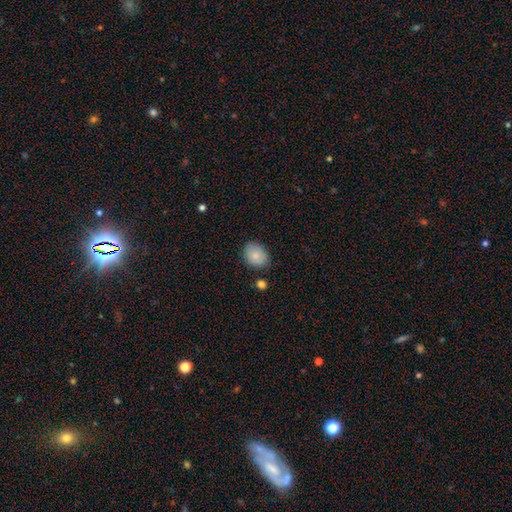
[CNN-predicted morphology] smooth_or_featured: smooth (p=0.83) [alt: featured or disk p=0.09]
how_rounded: in between (p=0.62) [alt: round p=0.37]
merging: none (p=0.75) [alt: minor disturbance p=0.18]